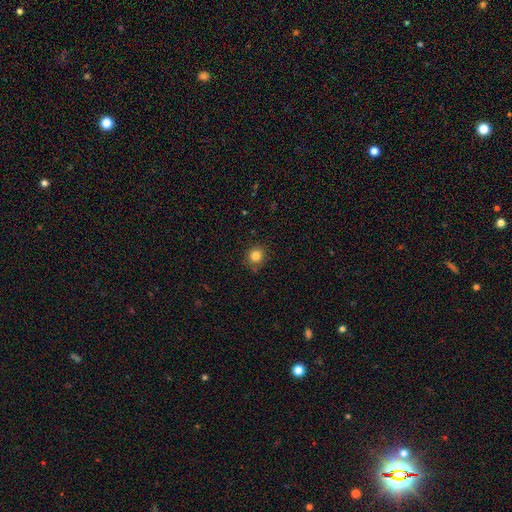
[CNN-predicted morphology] type=smooth (83%); roundness=round (90%); merging=none (87%).